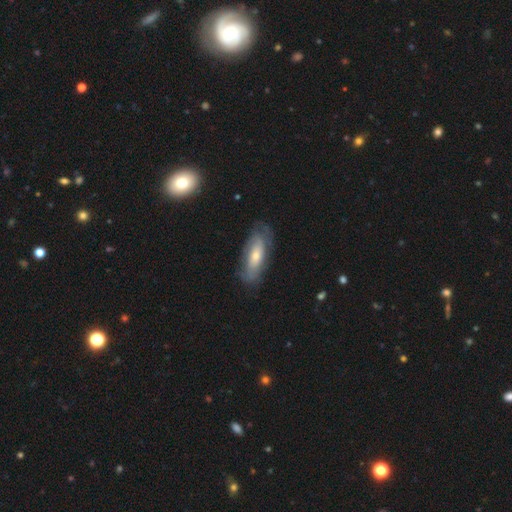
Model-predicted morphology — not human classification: The model was most divided on "smooth or featured": featured or disk: 49%, smooth: 45%, star or artifact: 6%. More confident: merging — none (71%).